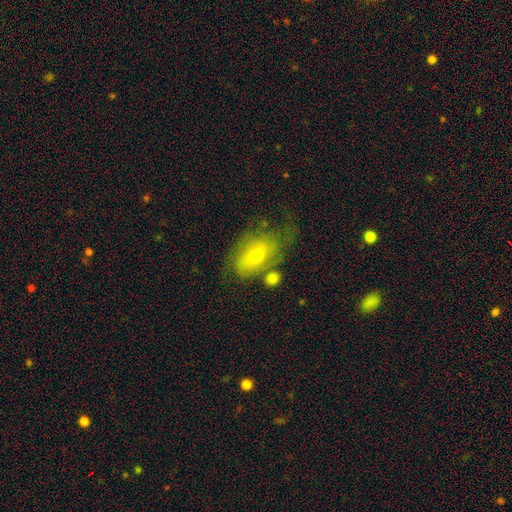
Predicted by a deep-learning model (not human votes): Morphology: type=smooth (54%); roundness=in between (86%); merging=none (45%).